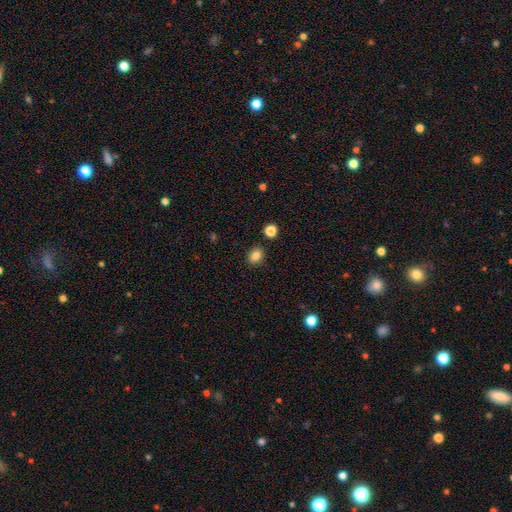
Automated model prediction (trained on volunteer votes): Smooth or featured? Predicted: smooth (p=0.83). How rounded? Predicted: round (p=0.59). Merging? Predicted: none (p=0.87).